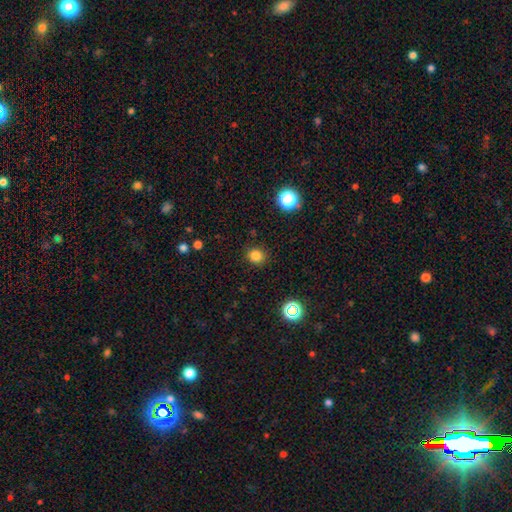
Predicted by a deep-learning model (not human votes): A smooth galaxy with no disk features (81%) that is round (86%).

Vote fractions:
- Smooth or featured? smooth: 81% / star or artifact: 15% / featured or disk: 4%
- How rounded? round: 86% / in between: 13% / cigar-shaped: 1%
- Merging? none: 89% / minor disturbance: 7% / major disturbance: 3% / merger: 1%